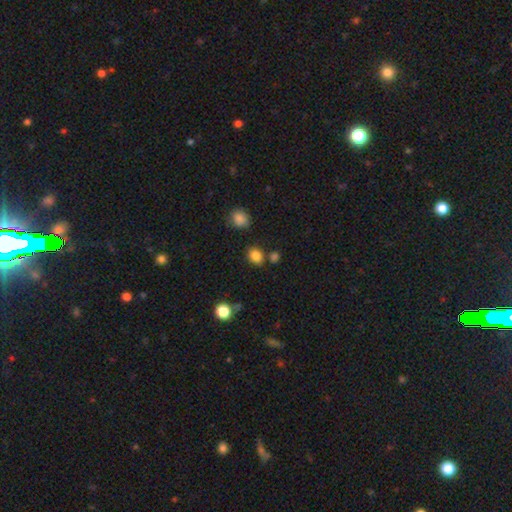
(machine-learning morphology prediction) Smooth or featured? Predicted: smooth (p=0.83). How rounded? Predicted: in between (p=0.55). Merging? Predicted: none (p=0.76).